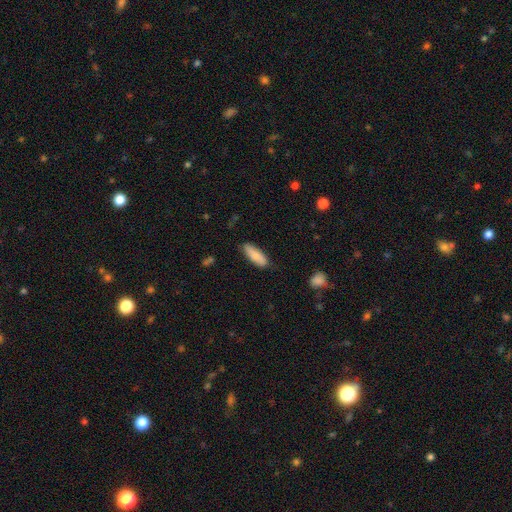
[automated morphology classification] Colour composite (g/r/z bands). It shows a smooth galaxy with no disk features (84%) that is in between round and cigar-shaped (64%). Merging: none (81%).